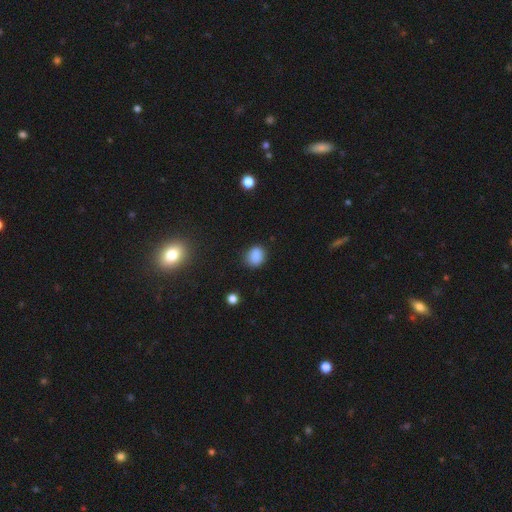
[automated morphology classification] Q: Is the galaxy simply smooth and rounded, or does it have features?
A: smooth — 85%.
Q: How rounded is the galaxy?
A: round — 58%.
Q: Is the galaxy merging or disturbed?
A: none — 83%.